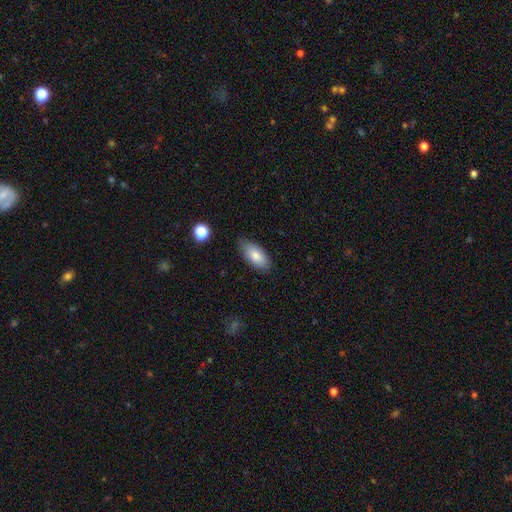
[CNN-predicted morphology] smooth 81%, featured or disk 12%, star or artifact 7%. Down the decision tree: how rounded — in between (89%); merging — none (78%).